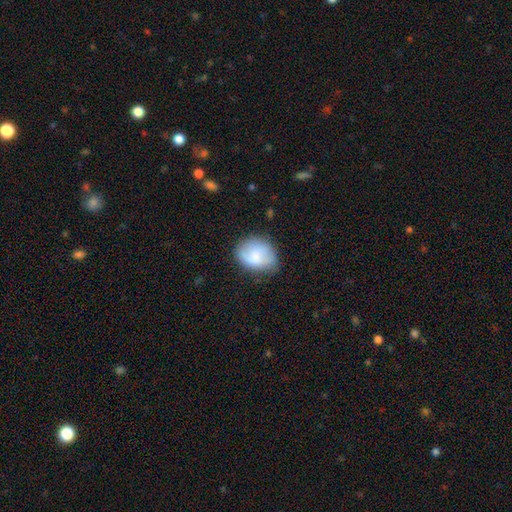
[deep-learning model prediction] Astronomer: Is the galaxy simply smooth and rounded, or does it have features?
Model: smooth — 75%.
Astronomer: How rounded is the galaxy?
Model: in between — 56% (runner-up: round, 43%).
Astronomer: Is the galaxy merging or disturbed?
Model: none — 65%.